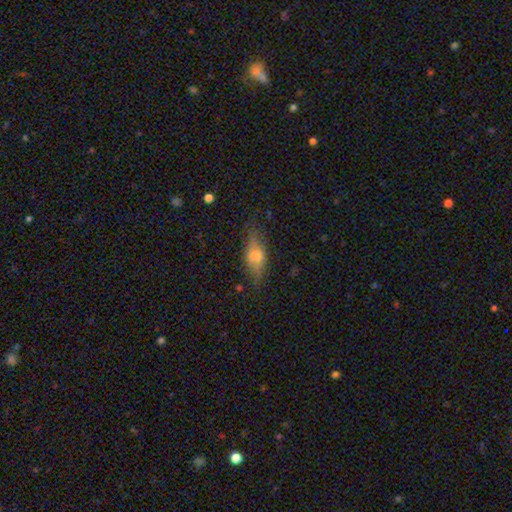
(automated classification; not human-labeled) A smooth galaxy with no disk features (47%). Merging: none (73%).